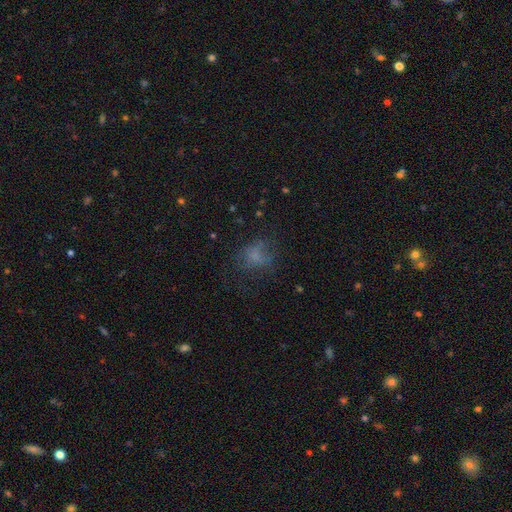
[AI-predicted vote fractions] smooth-or-featured: smooth: 61% | featured or disk: 21% | star or artifact: 19%
  how-rounded: round: 56% | in between: 43% | cigar-shaped: 1%
  merging: none: 52% | major disturbance: 25% | minor disturbance: 21% | merger: 2%